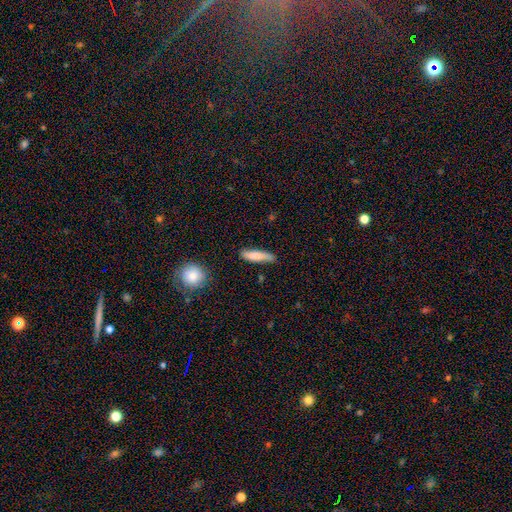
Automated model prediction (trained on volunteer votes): The model was most divided on "how rounded": cigar-shaped: 75%, in between: 23%, round: 2%. More confident: smooth or featured — smooth (79%); merging — none (74%).